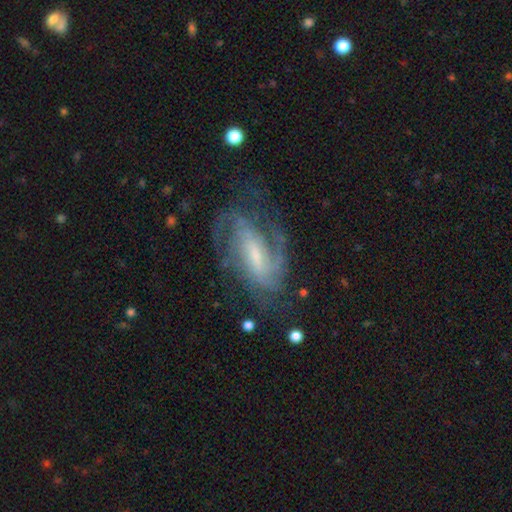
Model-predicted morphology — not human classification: featured or disk 85%, smooth 9%, star or artifact 6%. Down the decision tree: edge-on disk — no (95%); bar — weak (47%); spiral arms — yes (95%); spiral arm count — 2 (36%); spiral winding — medium (44%); bulge size — small (46%); merging — none (65%).